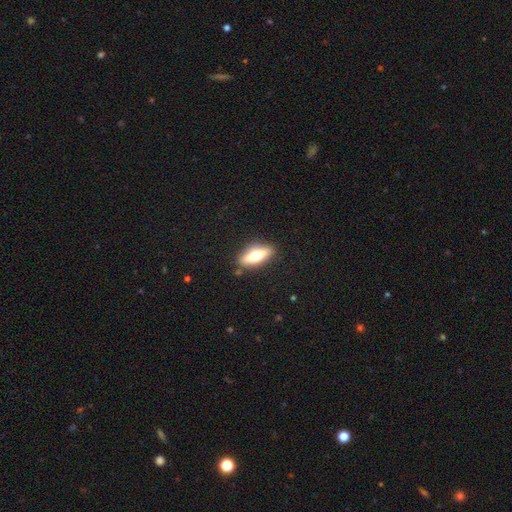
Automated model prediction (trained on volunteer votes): The model was most divided on "smooth or featured": smooth: 52%, featured or disk: 42%, star or artifact: 7%. More confident: merging — none (87%); how rounded — in between (60%).